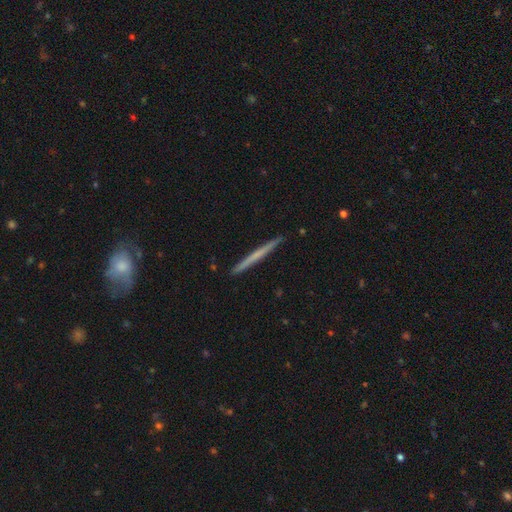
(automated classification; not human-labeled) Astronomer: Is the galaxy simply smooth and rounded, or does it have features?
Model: featured or disk — 49% (runner-up: smooth, 45%).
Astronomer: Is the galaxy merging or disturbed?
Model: none — 93%.